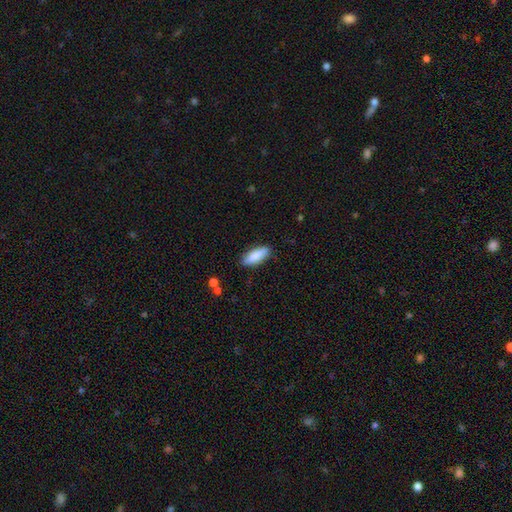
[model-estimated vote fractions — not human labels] A smooth galaxy with no disk features (85%) that is in between round and cigar-shaped (67%). Merging: none (85%).